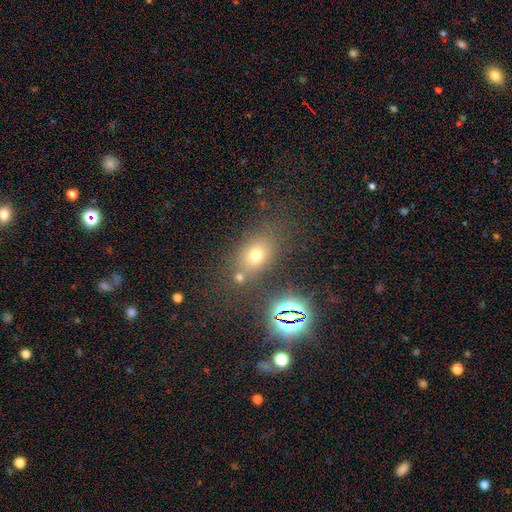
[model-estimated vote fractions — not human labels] Morphology: type=smooth (64%); roundness=in between (66%); merging=none (69%).